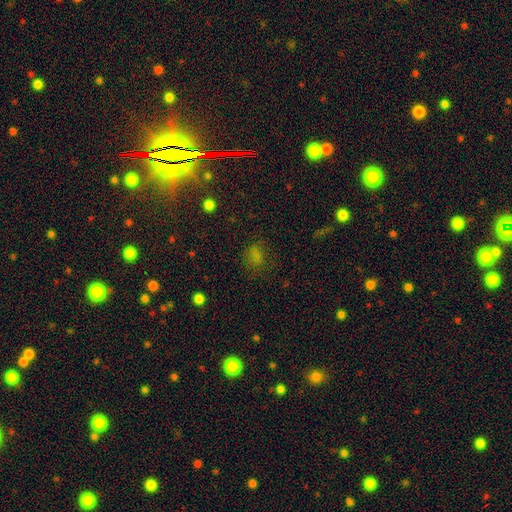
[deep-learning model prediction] This is likely a smooth galaxy (69%). How rounded: likely in between (69%). Merging: likely none (67%).